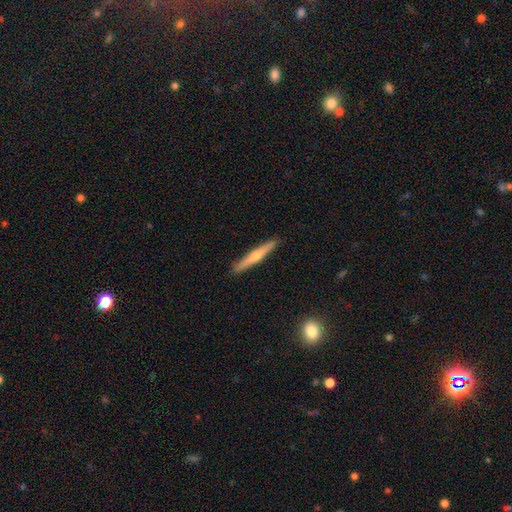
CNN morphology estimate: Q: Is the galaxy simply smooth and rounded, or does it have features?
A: featured or disk — 61%.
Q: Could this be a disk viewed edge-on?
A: yes — 97%.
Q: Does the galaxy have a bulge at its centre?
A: rounded — 84%.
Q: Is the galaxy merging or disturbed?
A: none — 92%.